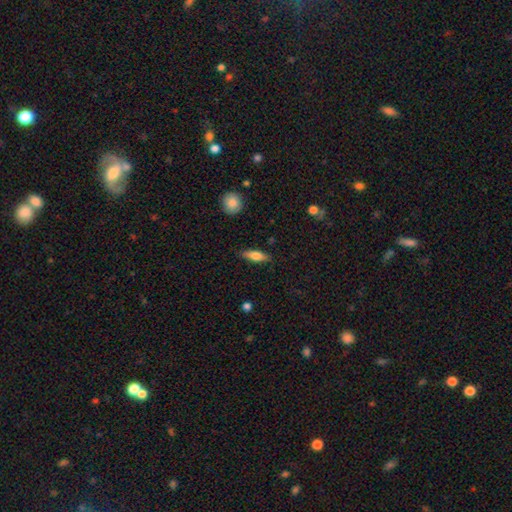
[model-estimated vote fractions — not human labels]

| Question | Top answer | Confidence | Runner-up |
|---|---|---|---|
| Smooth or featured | smooth | 69% | featured or disk (25%) |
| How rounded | in between | 54% | cigar-shaped (43%) |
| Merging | none | 85% | minor disturbance (11%) |